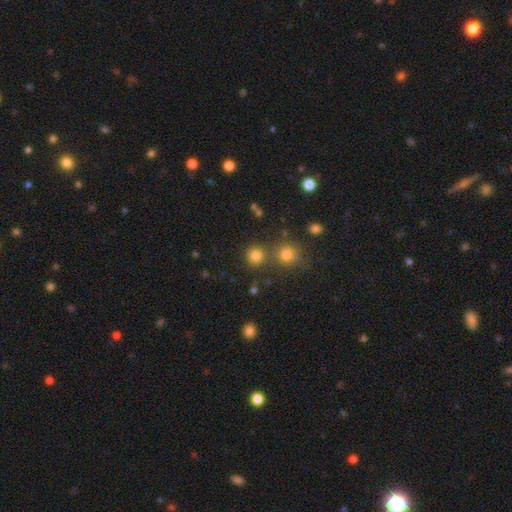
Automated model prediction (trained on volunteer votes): smooth_or_featured: smooth (p=0.79) [alt: star or artifact p=0.15]
how_rounded: round (p=0.92) [alt: in between p=0.07]
merging: none (p=0.73) [alt: merger p=0.17]